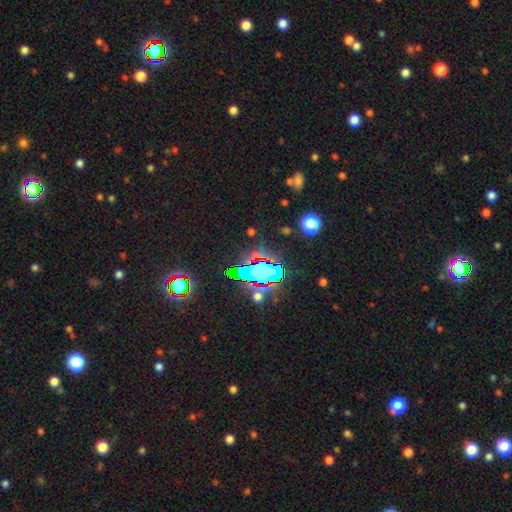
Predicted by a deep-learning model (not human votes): Smooth or featured?
  - star or artifact: 82% *
  - smooth: 11%
  - featured or disk: 8%